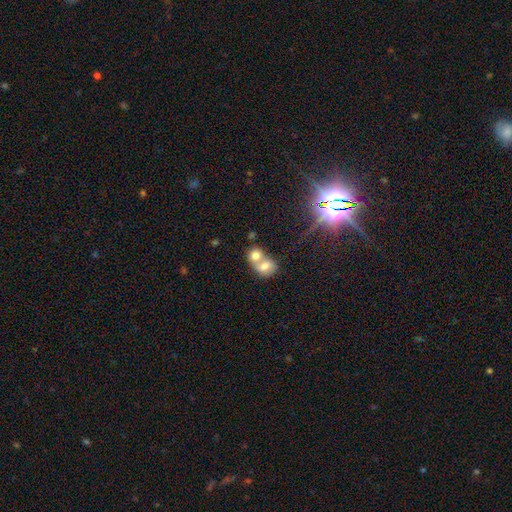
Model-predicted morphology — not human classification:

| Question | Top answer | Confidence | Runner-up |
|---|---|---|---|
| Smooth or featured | smooth | 71% | featured or disk (18%) |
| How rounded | round | 56% | in between (42%) |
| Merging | merger | 73% | none (20%) |